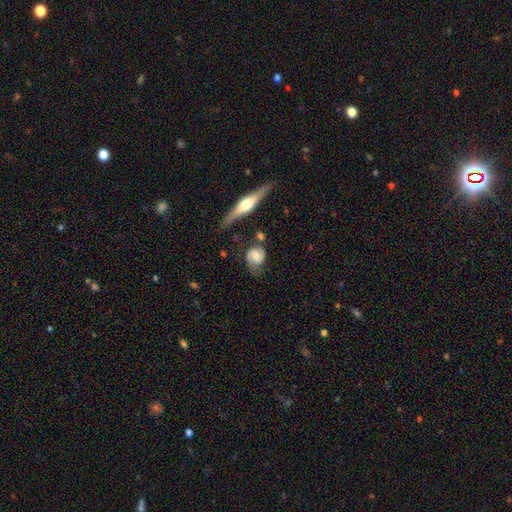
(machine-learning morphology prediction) smooth_or_featured: featured or disk (p=0.67) [alt: smooth p=0.26]
disk_edge_on: no (p=0.92) [alt: yes p=0.08]
bar: no (p=0.55) [alt: weak p=0.36]
has_spiral_arms: yes (p=0.90) [alt: no p=0.10]
spiral_winding: medium (p=0.45) [alt: tight p=0.33]
spiral_arm_count: 2 (p=0.83) [alt: can't tell p=0.07]
bulge_size: moderate (p=0.46) [alt: small p=0.35]
merging: none (p=0.64) [alt: minor disturbance p=0.21]